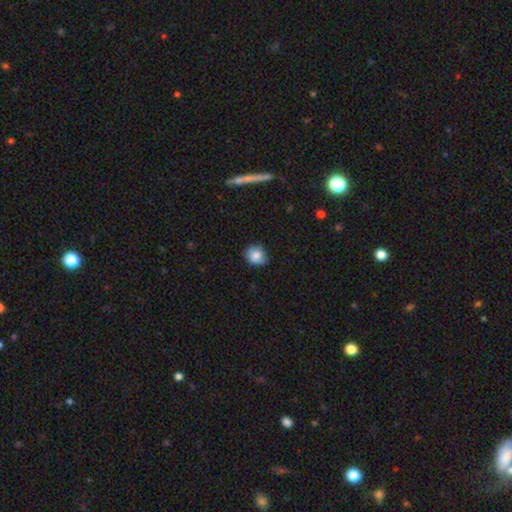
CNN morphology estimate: type=smooth (80%); roundness=round (68%); merging=none (76%).